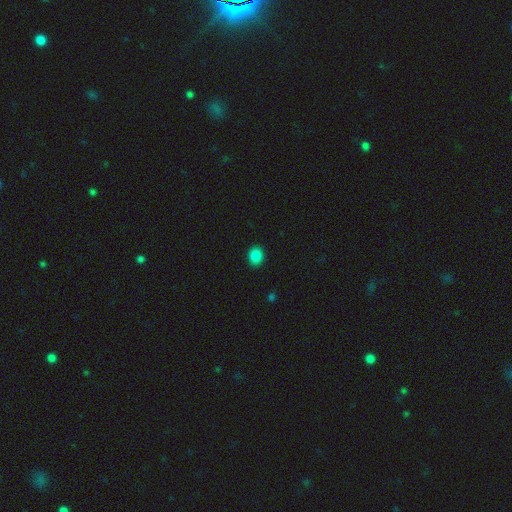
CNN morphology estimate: Overall: smooth (86%). How rounded: round (55%; in between 44%). Merging: none (90%).